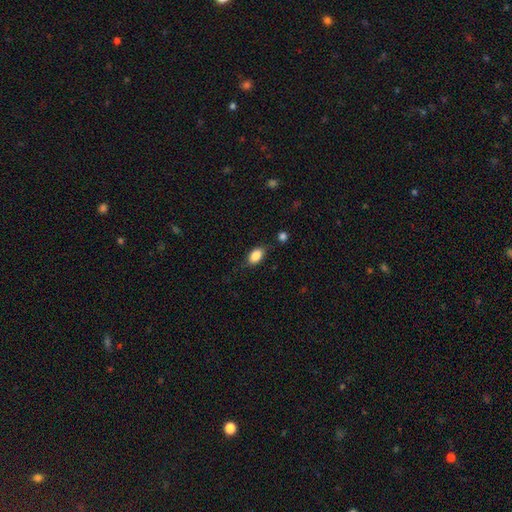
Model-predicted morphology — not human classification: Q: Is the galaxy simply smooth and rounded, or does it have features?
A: smooth — 86%.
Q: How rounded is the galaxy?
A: in between — 88%.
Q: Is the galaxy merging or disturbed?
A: none — 74%.